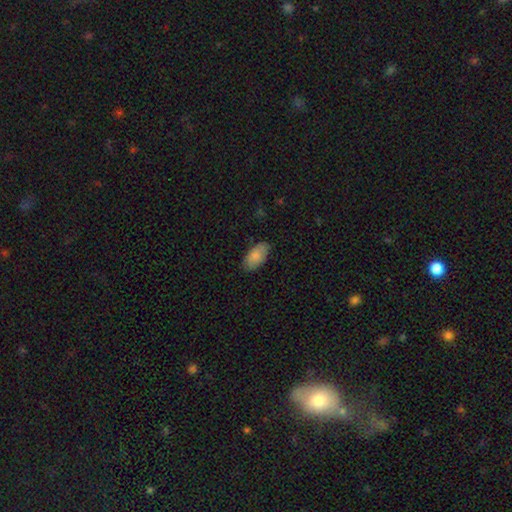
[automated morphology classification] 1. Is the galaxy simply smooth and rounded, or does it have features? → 86% smooth, 8% featured or disk, 6% star or artifact.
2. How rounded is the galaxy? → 94% in between, 4% cigar-shaped, 3% round.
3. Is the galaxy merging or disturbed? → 82% none, 14% minor disturbance, 3% major disturbance, 1% merger.